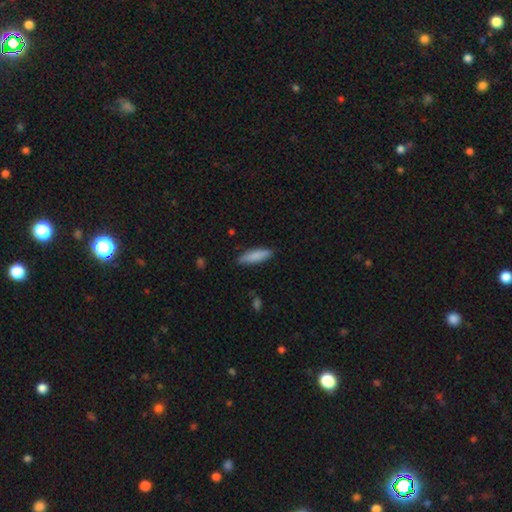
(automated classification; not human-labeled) This appears to be a smooth galaxy with no disk features (86%) that is cigar-shaped (68%). Merging: none (86%).